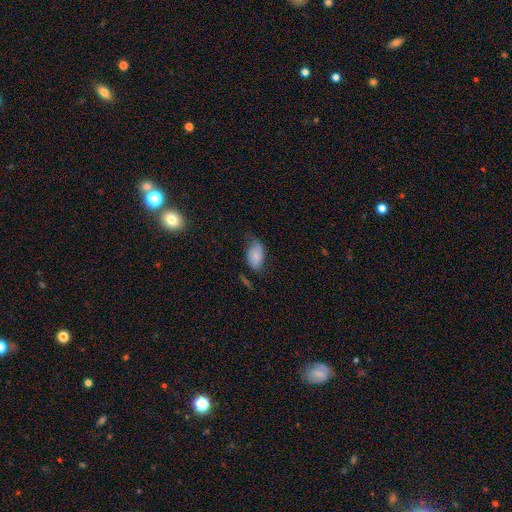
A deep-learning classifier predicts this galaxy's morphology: Overall: smooth (63%; featured or disk 28%). How rounded: in between (90%). Merging: none (44%; minor disturbance 35%).